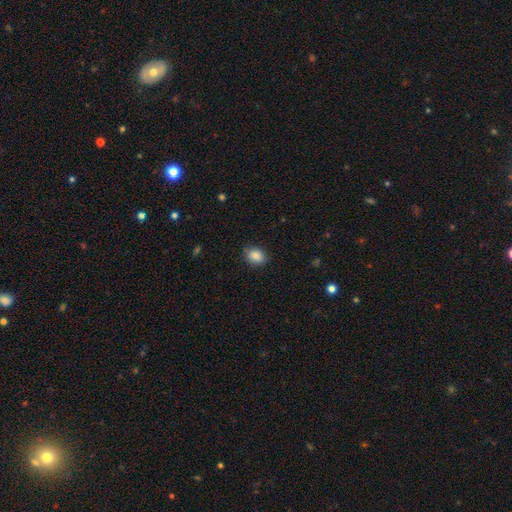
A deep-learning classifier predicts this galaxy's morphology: This appears to be a smooth galaxy with no disk features (87%) that is in between round and cigar-shaped (57%). Merging: none (82%).